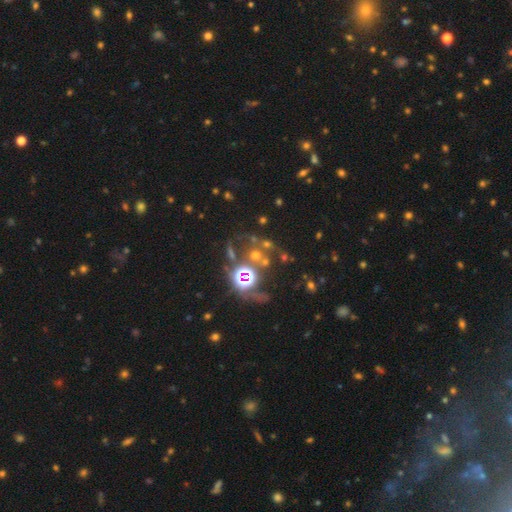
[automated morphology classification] Smooth or featured: star or artifact — 53% (smooth — 30%)